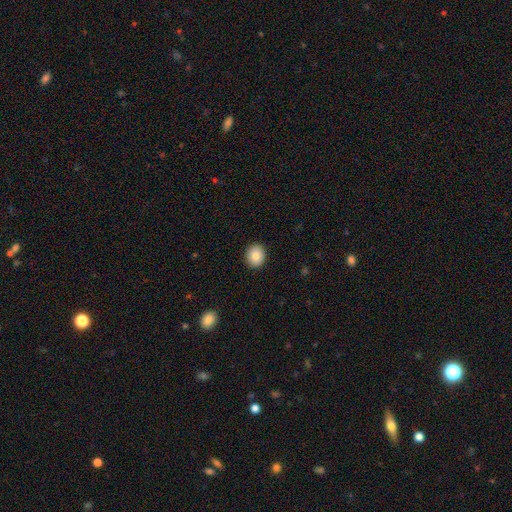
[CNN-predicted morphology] Smooth or featured?
  - smooth: 87% *
  - star or artifact: 8%
  - featured or disk: 5%
How rounded?
  - round: 70% *
  - in between: 29%
  - cigar-shaped: 1%
Merging?
  - none: 91% *
  - minor disturbance: 6%
  - major disturbance: 2%
  - merger: 1%